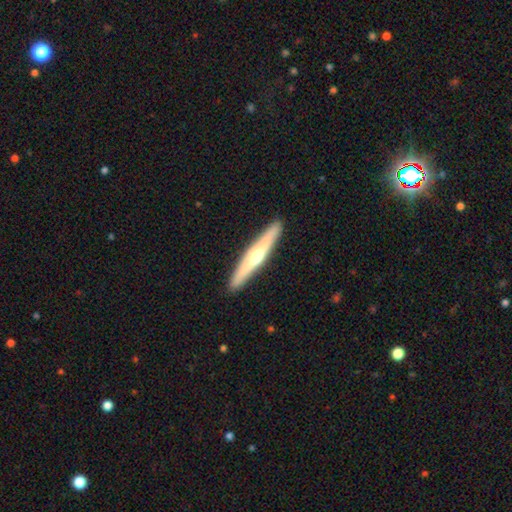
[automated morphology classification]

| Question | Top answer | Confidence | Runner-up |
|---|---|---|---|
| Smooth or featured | featured or disk | 59% | smooth (36%) |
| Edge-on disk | yes | 95% | no (5%) |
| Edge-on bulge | rounded | 89% | none (8%) |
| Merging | none | 92% | minor disturbance (6%) |